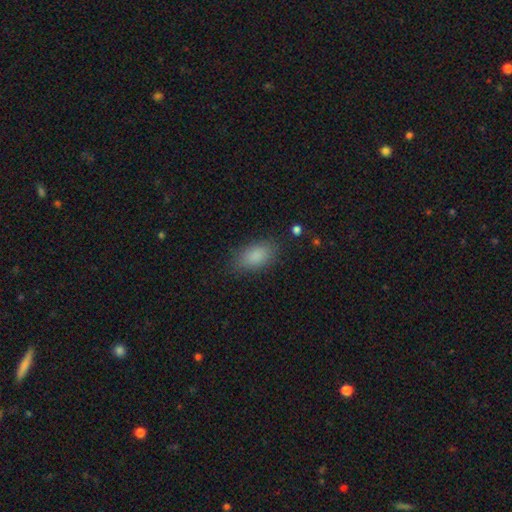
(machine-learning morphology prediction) Smooth or featured? smooth (86%)
How rounded? in between (91%)
Merging? none (82%)